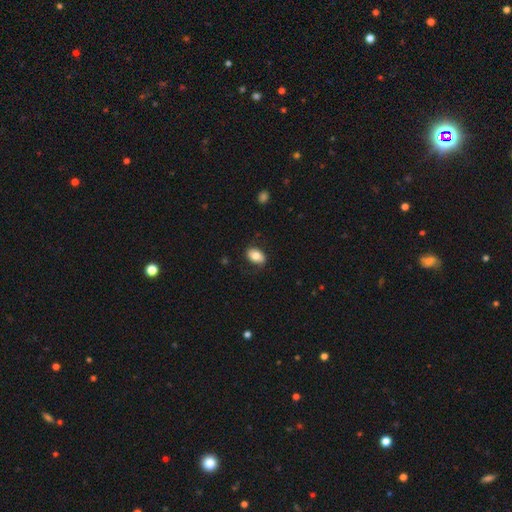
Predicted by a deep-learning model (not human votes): Morphology: type=smooth (78%); roundness=in between (88%); merging=none (80%).